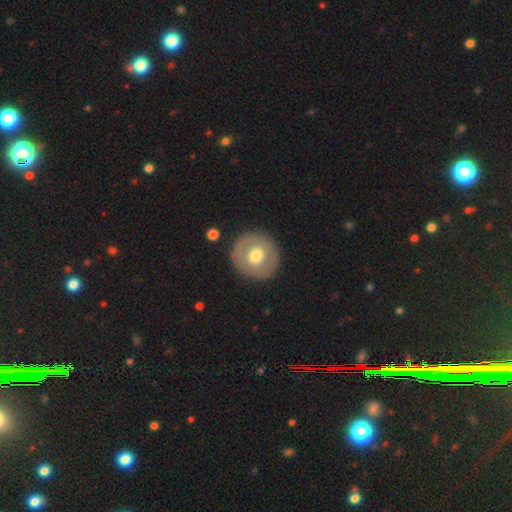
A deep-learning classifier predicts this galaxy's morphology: This appears to be a smooth galaxy with no disk features (57%) that is round (93%). Merging: none (89%).